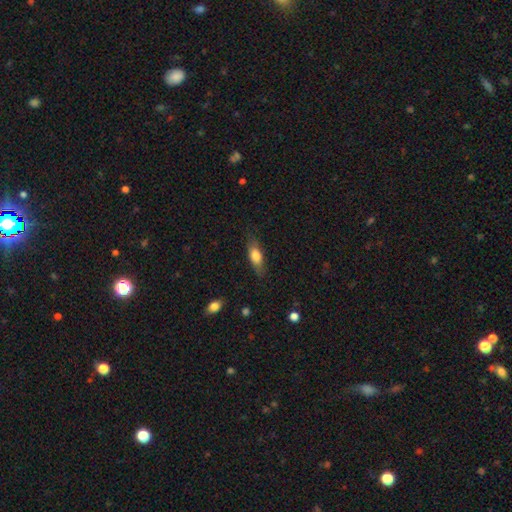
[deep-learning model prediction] smooth_or_featured: smooth (p=0.73) [alt: featured or disk p=0.21]
how_rounded: in between (p=0.68) [alt: cigar-shaped p=0.29]
merging: none (p=0.78) [alt: minor disturbance p=0.17]